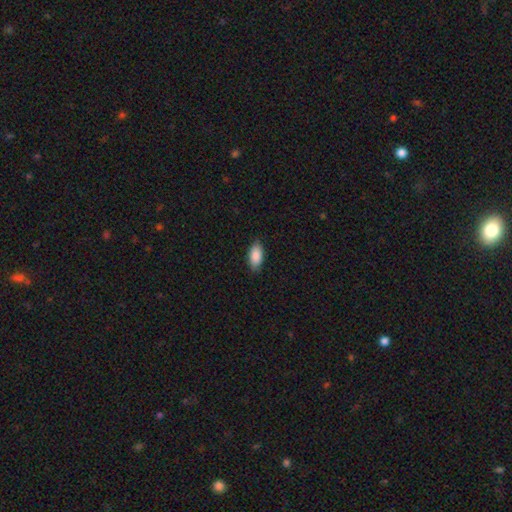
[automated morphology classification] smooth-or-featured: smooth: 89% | star or artifact: 6% | featured or disk: 5%
  how-rounded: in between: 92% | cigar-shaped: 6% | round: 2%
  merging: none: 85% | minor disturbance: 12% | major disturbance: 2% | merger: 1%